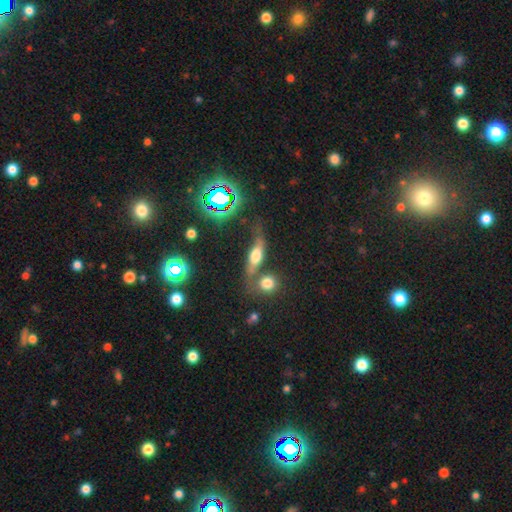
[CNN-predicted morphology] Smooth or featured? Predicted: smooth (p=0.43). Merging? Predicted: none (p=0.48).